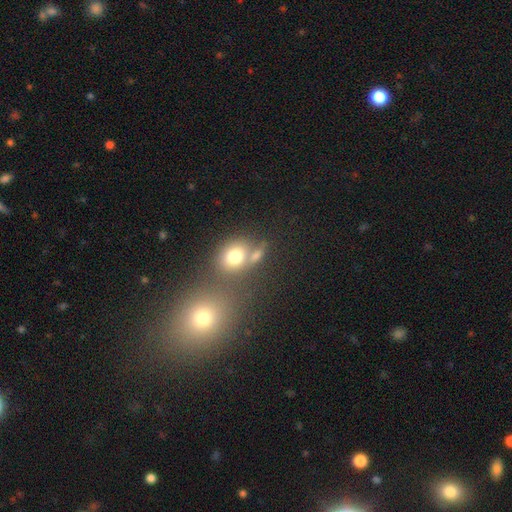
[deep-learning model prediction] Smooth or featured: smooth — 70% (star or artifact — 17%)
How rounded: round — 57% (in between — 40%)
Merging: none — 53% (merger — 29%)